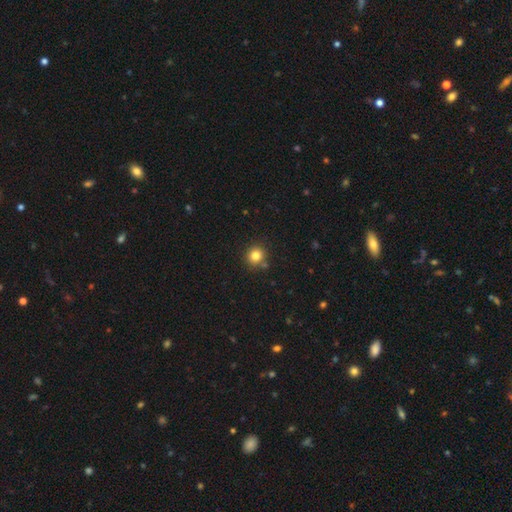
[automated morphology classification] Smooth or featured? smooth (81%)
How rounded? round (89%)
Merging? none (83%)